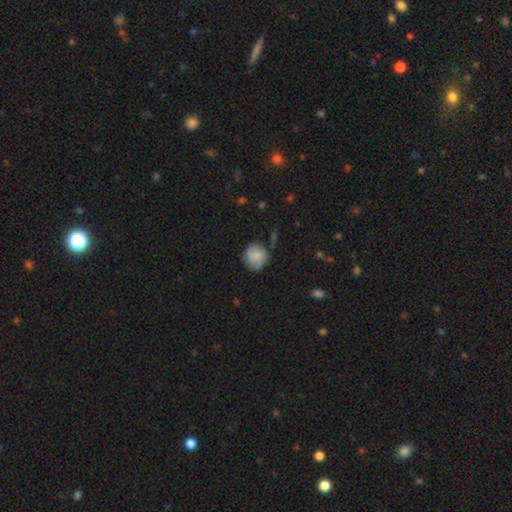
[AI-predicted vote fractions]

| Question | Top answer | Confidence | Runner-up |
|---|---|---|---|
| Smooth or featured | smooth | 79% | featured or disk (13%) |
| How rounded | round | 83% | in between (16%) |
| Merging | none | 70% | minor disturbance (22%) |